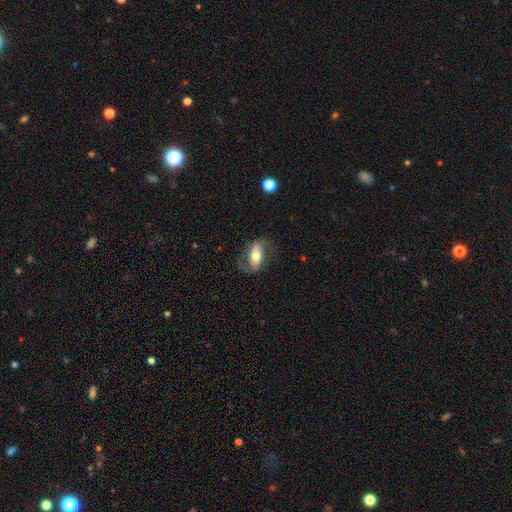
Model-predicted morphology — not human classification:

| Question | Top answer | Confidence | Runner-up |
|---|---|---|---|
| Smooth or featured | featured or disk | 62% | smooth (31%) |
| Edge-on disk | no | 93% | yes (7%) |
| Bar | strong | 36% | no (35%) |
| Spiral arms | yes | 83% | no (17%) |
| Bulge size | moderate | 65% | small (17%) |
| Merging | none | 71% | minor disturbance (17%) |